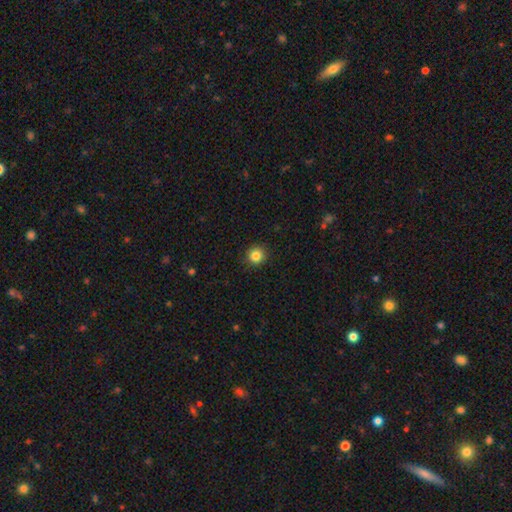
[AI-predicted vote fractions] The model was most divided on "smooth or featured": smooth: 84%, star or artifact: 11%, featured or disk: 5%. More confident: how rounded — round (94%); merging — none (91%).